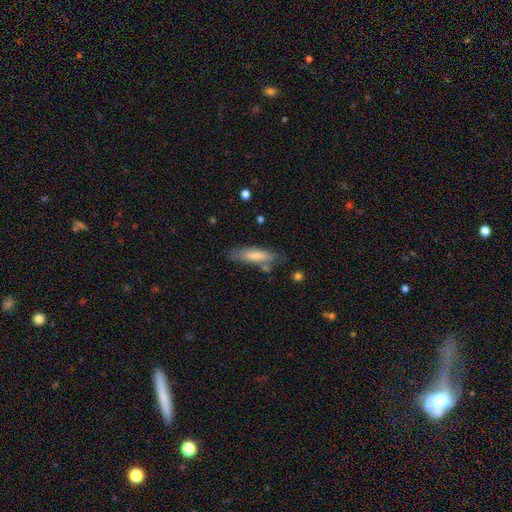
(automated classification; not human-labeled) A smooth galaxy with no disk features (74%) that is cigar-shaped (56%).

Vote fractions:
- Smooth or featured? smooth: 74% / featured or disk: 21% / star or artifact: 6%
- How rounded? cigar-shaped: 56% / in between: 42% / round: 2%
- Merging? none: 66% / minor disturbance: 22% / merger: 7% / major disturbance: 6%